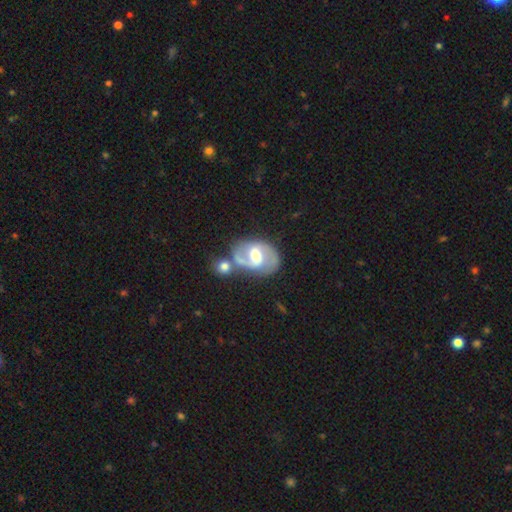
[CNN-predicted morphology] featured or disk 84%, smooth 11%, star or artifact 5%. Down the decision tree: edge-on disk — no (97%); bar — weak (53%); spiral arms — yes (94%); spiral arm count — 2 (91%); spiral winding — medium (58%); bulge size — moderate (68%); merging — none (57%).